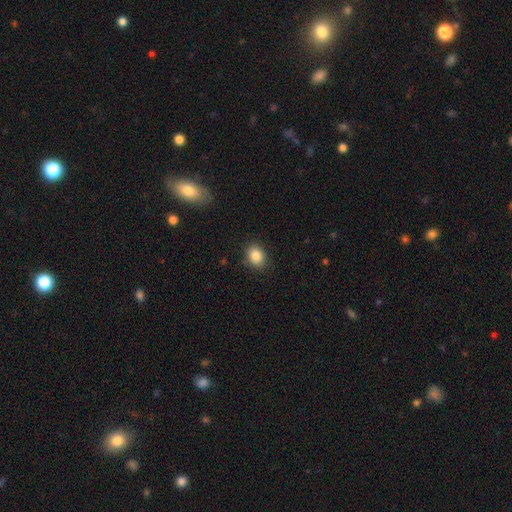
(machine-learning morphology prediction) This is clearly a smooth galaxy (85%). How rounded: possibly in between (55%). Merging: clearly none (86%).